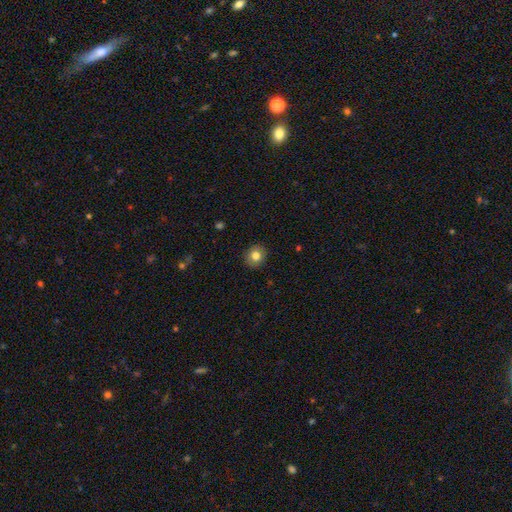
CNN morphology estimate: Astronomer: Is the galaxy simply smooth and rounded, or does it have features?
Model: smooth — 80%.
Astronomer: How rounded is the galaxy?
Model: round — 77%.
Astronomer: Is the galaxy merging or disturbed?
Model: none — 90%.